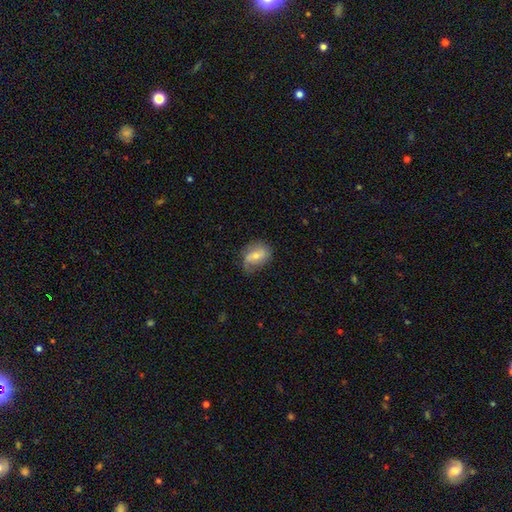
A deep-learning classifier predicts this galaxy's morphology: A smooth galaxy with no disk features (50%) that is in between round and cigar-shaped (74%).

Vote fractions:
- Smooth or featured? smooth: 50% / featured or disk: 42% / star or artifact: 8%
- How rounded? in between: 74% / round: 23% / cigar-shaped: 4%
- Merging? none: 62% / minor disturbance: 28% / major disturbance: 9% / merger: 2%